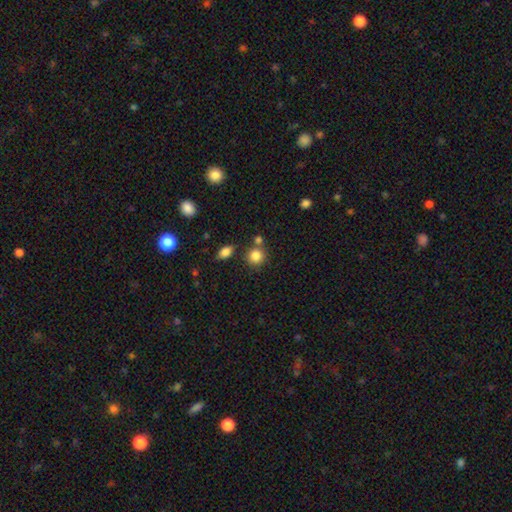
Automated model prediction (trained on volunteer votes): This appears to be a smooth galaxy with no disk features (84%) that is round (88%). Merging: none (72%).